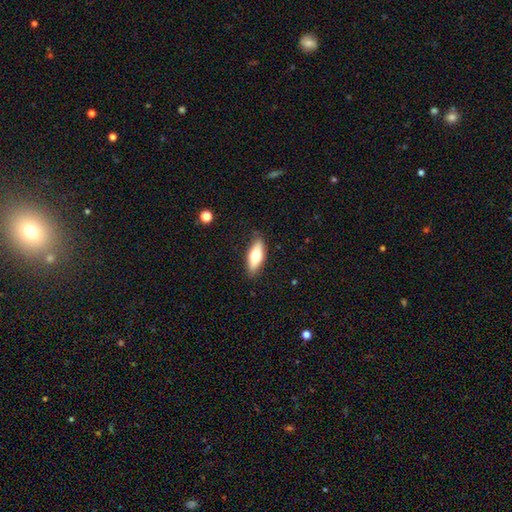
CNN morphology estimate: A smooth galaxy with no disk features (68%) that is in between round and cigar-shaped (71%). Merging: none (85%).